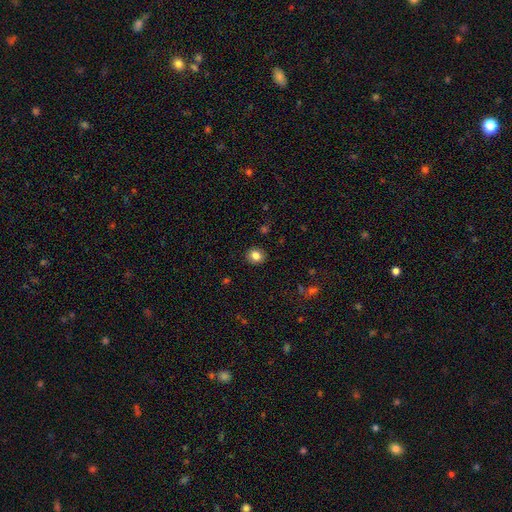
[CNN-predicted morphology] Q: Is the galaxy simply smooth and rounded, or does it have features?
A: smooth — 83%.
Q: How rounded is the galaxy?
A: round — 74%.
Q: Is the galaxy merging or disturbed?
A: none — 90%.